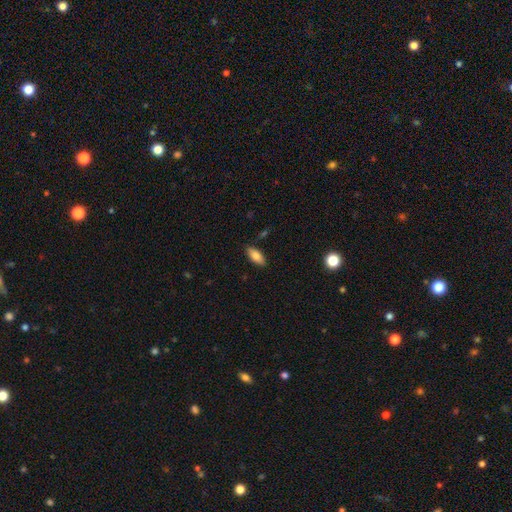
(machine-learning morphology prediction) Smooth or featured? Predicted: smooth (p=0.83). How rounded? Predicted: in between (p=0.87). Merging? Predicted: none (p=0.86).